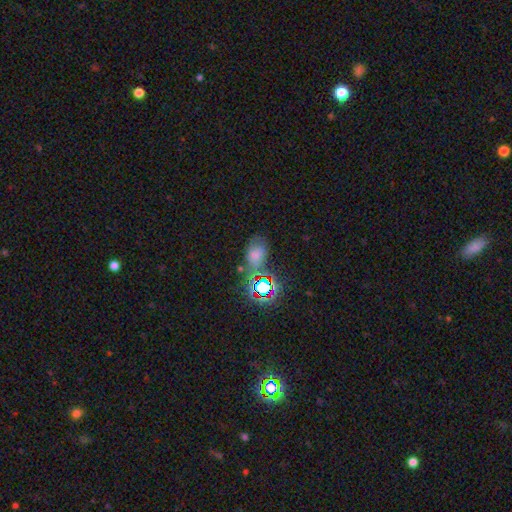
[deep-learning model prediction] Morphology: type=smooth (55%); roundness=in between (79%); merging=none (49%).